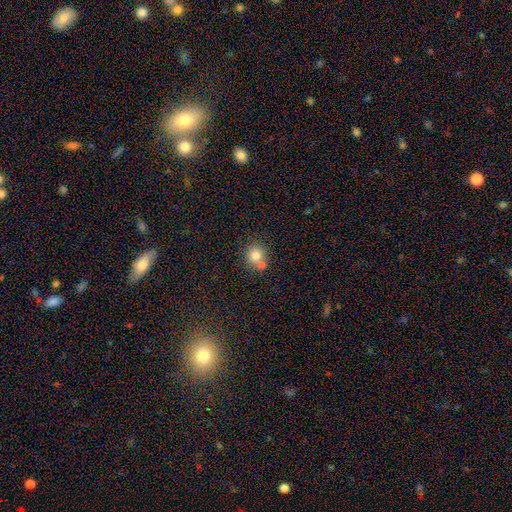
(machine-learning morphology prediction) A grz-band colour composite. It shows a smooth galaxy with no disk features (78%) that is round (88%). Merging: none (55%).